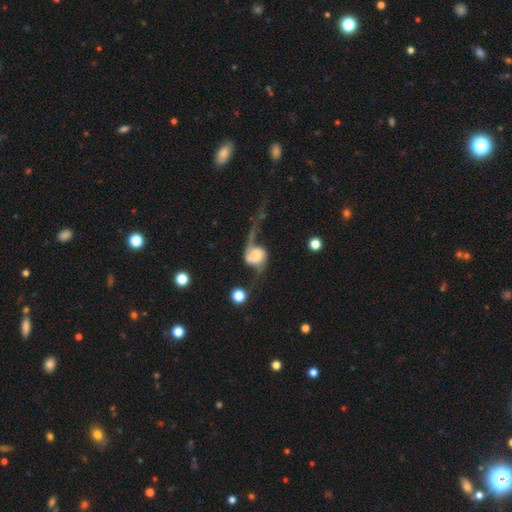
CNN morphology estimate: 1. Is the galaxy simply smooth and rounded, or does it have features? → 78% featured or disk, 16% smooth, 6% star or artifact.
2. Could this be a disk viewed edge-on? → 96% no, 4% yes.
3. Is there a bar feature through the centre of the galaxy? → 66% no, 27% weak, 7% strong.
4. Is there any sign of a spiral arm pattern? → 93% yes, 7% no.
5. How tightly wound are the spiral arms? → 82% loose, 14% medium, 4% tight.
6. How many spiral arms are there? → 88% 2, 6% 1, 3% can't tell, 1% 3, 1% 4, 1% more than 4.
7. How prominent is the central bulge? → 33% small, 32% moderate, 16% large, 11% none, 7% dominant.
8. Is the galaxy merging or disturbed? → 37% major disturbance, 36% none, 18% minor disturbance, 10% merger.